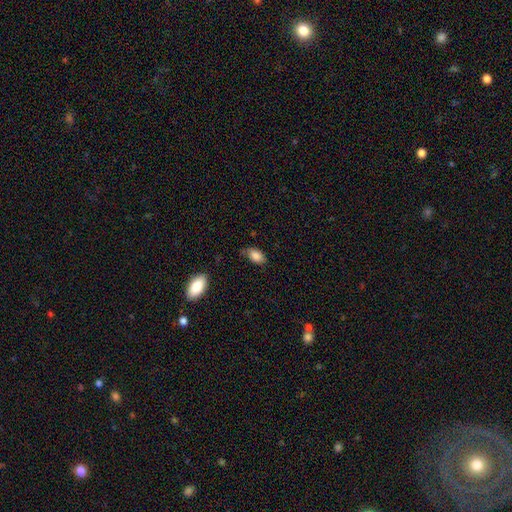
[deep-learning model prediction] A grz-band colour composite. It shows a smooth galaxy with no disk features (85%) that is in between round and cigar-shaped (91%). Merging: none (68%).